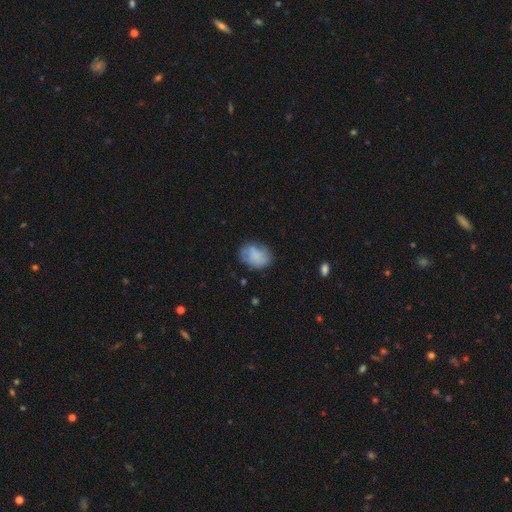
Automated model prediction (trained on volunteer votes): This is likely a smooth galaxy (73%). How rounded: likely in between (63%). Merging: likely none (62%).